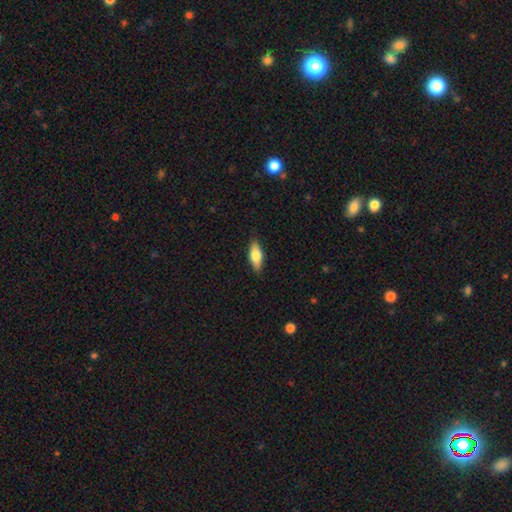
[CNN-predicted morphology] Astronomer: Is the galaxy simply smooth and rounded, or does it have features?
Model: smooth — 71%.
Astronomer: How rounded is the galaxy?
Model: in between — 74%.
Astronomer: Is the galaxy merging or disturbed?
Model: none — 86%.